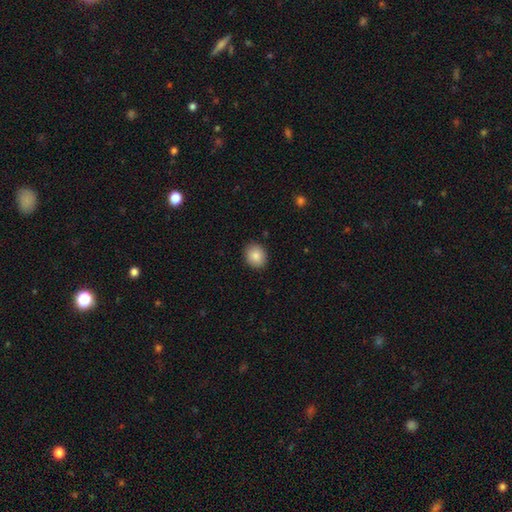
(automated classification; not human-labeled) Q: Smooth or featured?
A: smooth (86%); runner-up: star or artifact (8%)
Q: How rounded?
A: round (61%); runner-up: in between (38%)
Q: Merging?
A: none (90%); runner-up: minor disturbance (8%)